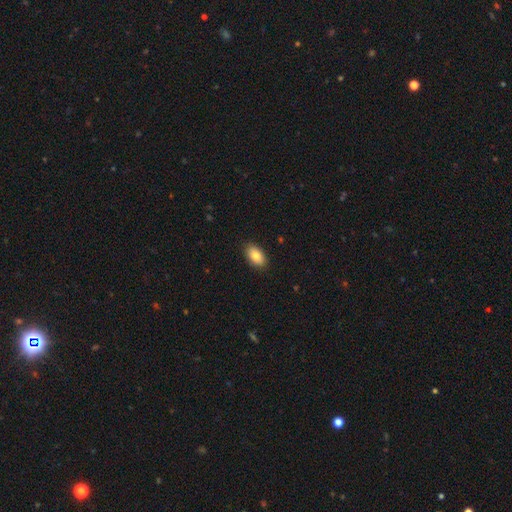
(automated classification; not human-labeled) A smooth galaxy with no disk features (83%) that is in between round and cigar-shaped (92%). Merging: none (89%).